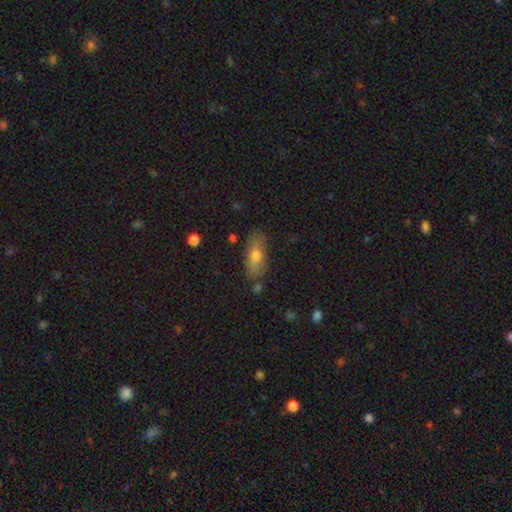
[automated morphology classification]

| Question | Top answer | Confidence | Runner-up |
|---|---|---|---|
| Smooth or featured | smooth | 69% | featured or disk (24%) |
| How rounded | in between | 80% | cigar-shaped (16%) |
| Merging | none | 77% | minor disturbance (15%) |